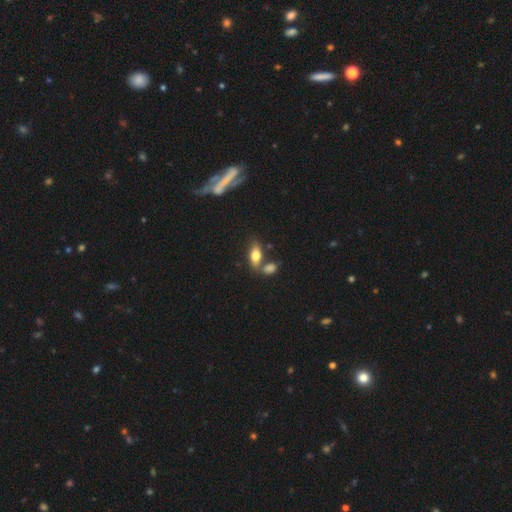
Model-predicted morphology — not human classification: A smooth galaxy with no disk features (70%) that is in between round and cigar-shaped (81%). Merging: none (61%).